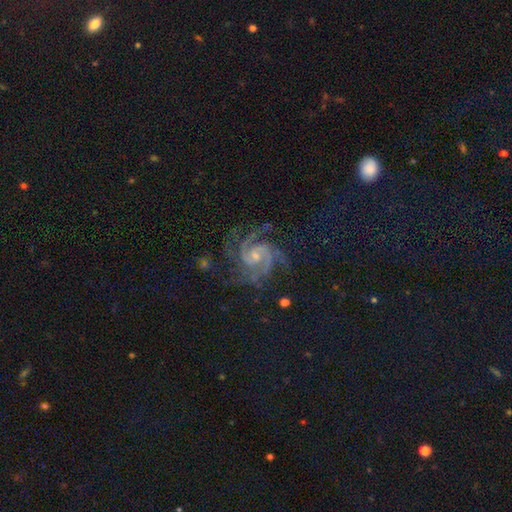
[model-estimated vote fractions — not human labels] Smooth or featured? Predicted: featured or disk (p=0.90). Edge-on disk? Predicted: no (p=0.98). Bar? Predicted: no (p=0.60). Spiral arms? Predicted: yes (p=0.99). Spiral winding? Predicted: tight (p=0.47). Spiral arm count? Predicted: 3 (p=0.36). Bulge size? Predicted: small (p=0.67). Merging? Predicted: none (p=0.71).